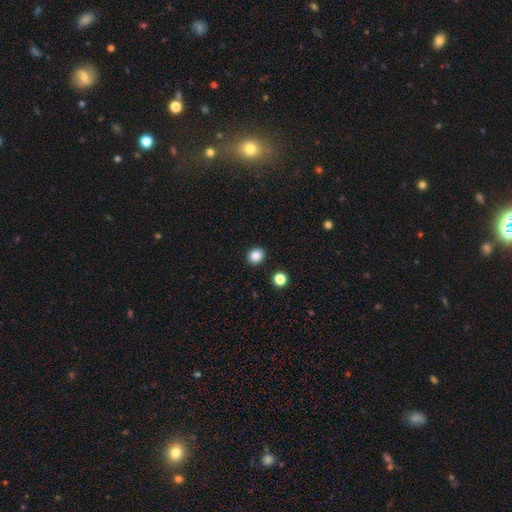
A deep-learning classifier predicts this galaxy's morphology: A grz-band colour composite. It shows a smooth galaxy with no disk features (86%) that is round (85%). Merging: none (91%).